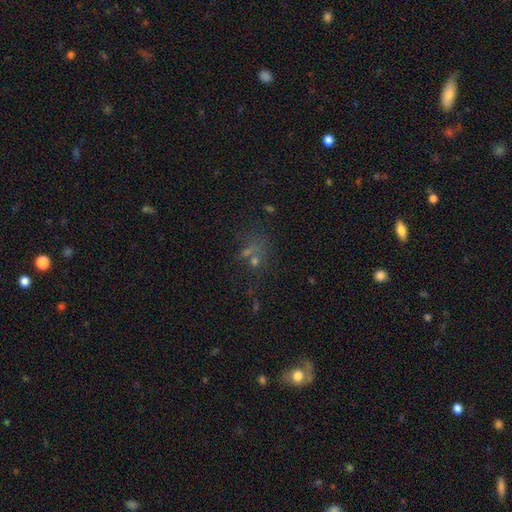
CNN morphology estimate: Smooth or featured? Predicted: star or artifact (p=0.43).